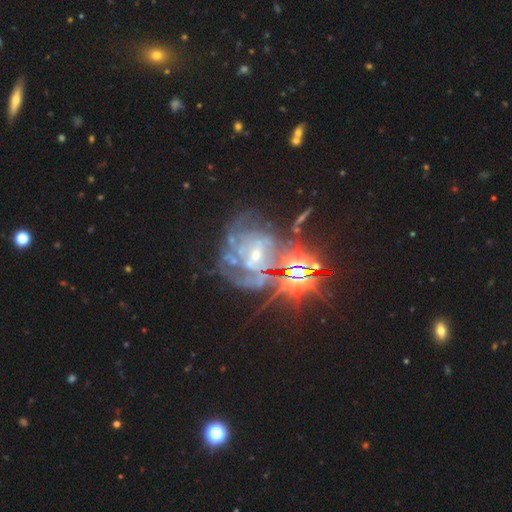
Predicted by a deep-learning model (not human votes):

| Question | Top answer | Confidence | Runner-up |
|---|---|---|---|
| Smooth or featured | featured or disk | 70% | star or artifact (23%) |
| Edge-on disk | no | 97% | yes (3%) |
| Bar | no | 44% | weak (36%) |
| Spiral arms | yes | 94% | no (6%) |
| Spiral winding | tight | 62% | medium (30%) |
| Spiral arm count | can't tell | 29% | 3 (21%) |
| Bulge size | small | 75% | moderate (19%) |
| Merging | none | 55% | minor disturbance (17%) |